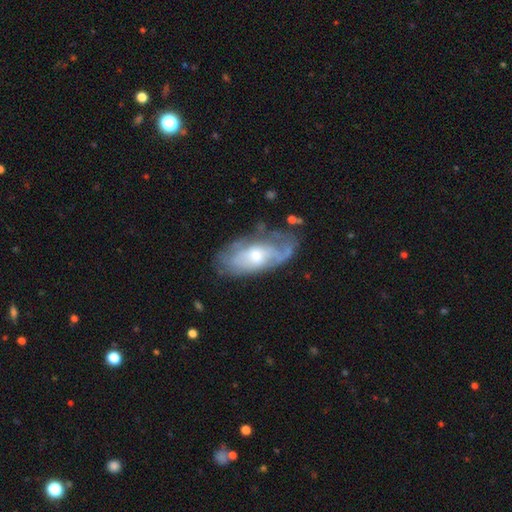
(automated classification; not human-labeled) smooth_or_featured: featured or disk (p=0.63) [alt: smooth p=0.30]
disk_edge_on: no (p=0.88) [alt: yes p=0.12]
bar: no (p=0.67) [alt: weak p=0.28]
has_spiral_arms: yes (p=0.66) [alt: no p=0.34]
bulge_size: moderate (p=0.57) [alt: small p=0.32]
merging: none (p=0.51) [alt: minor disturbance p=0.28]